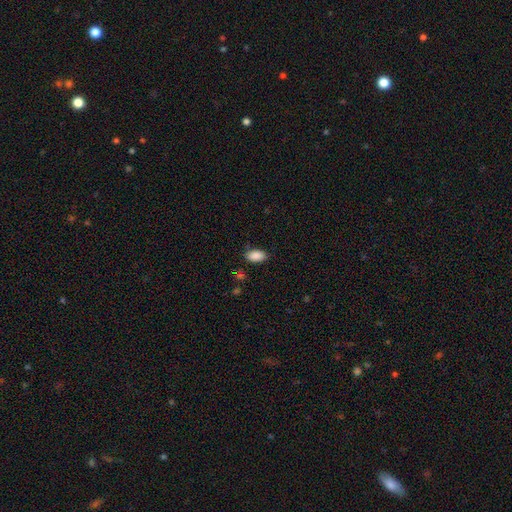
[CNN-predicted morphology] The model was most divided on "merging": none: 83%, minor disturbance: 13%, major disturbance: 3%, merger: 2%. More confident: how rounded — in between (93%); smooth or featured — smooth (88%).